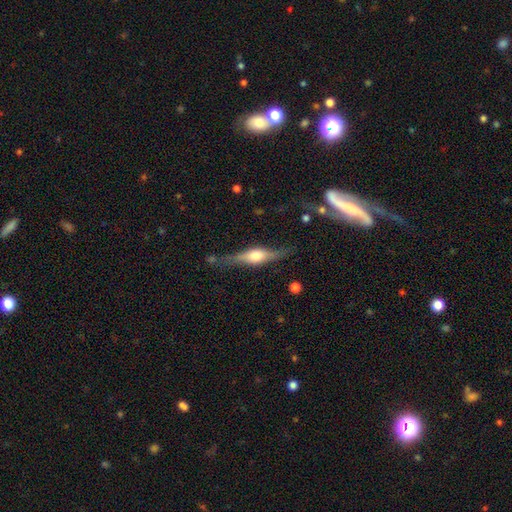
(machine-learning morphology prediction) featured or disk 70%, smooth 24%, star or artifact 6%. Down the decision tree: edge-on disk — yes (94%); edge-on bulge — rounded (89%); merging — none (76%).